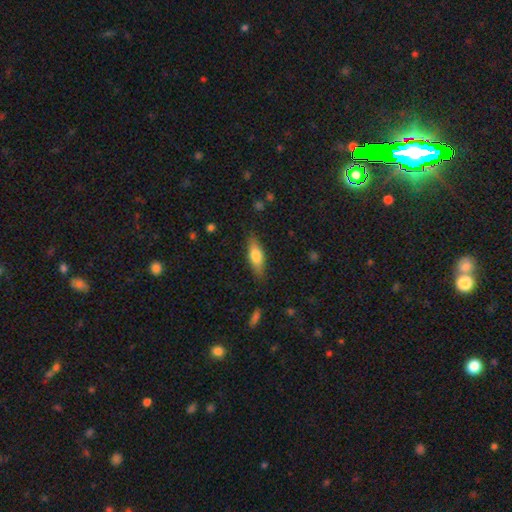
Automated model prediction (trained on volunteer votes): Smooth or featured? smooth (64%)
How rounded? in between (53%)
Merging? none (85%)